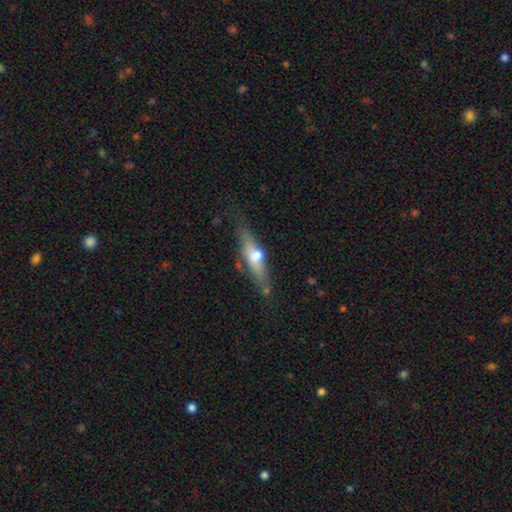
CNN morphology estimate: This is likely a featured or disk galaxy (62%). It is clearly viewed edge-on (91%). Edge-on bulge: clearly rounded (92%). Merging: likely none (77%).